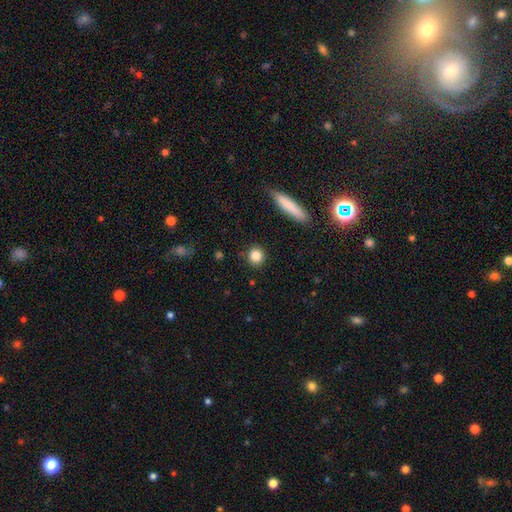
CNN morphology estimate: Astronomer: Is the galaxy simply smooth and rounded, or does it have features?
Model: smooth — 84%.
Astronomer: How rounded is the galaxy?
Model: round — 86%.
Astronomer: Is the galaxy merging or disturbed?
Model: none — 89%.